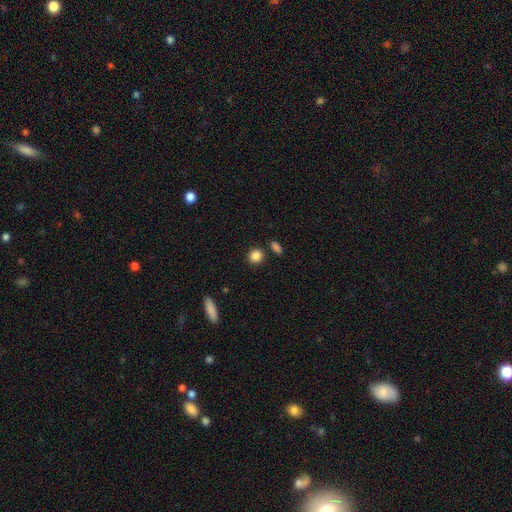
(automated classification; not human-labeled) Q: Smooth or featured?
A: smooth (86%); runner-up: star or artifact (10%)
Q: How rounded?
A: round (82%); runner-up: in between (16%)
Q: Merging?
A: none (82%); runner-up: minor disturbance (8%)